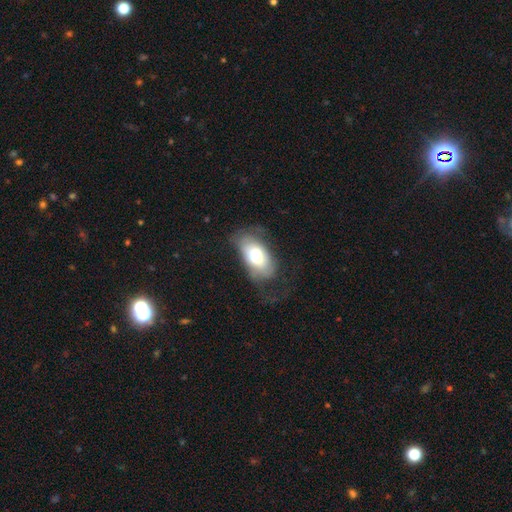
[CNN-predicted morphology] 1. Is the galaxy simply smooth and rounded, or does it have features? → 65% smooth, 28% featured or disk, 7% star or artifact.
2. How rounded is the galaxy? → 92% in between, 5% round, 2% cigar-shaped.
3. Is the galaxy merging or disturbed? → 51% none, 25% minor disturbance, 22% major disturbance, 2% merger.